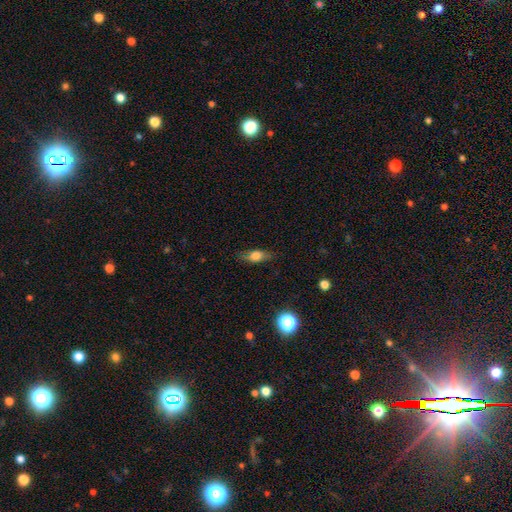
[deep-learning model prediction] This appears to be a smooth galaxy with no disk features (66%) that is in between round and cigar-shaped (68%). Merging: none (78%).